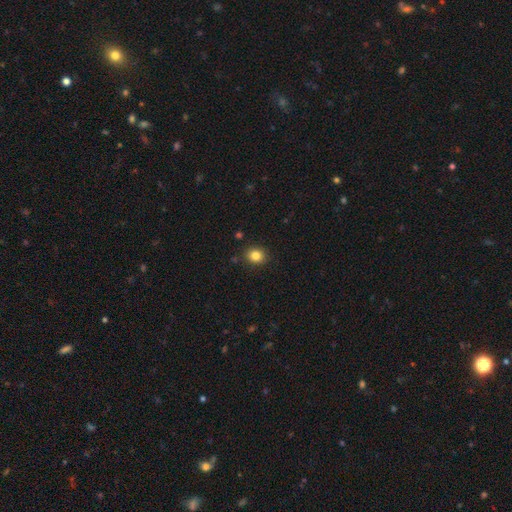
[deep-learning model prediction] smooth-or-featured: smooth: 83% | star or artifact: 11% | featured or disk: 6%
  how-rounded: round: 70% | in between: 29% | cigar-shaped: 1%
  merging: none: 89% | minor disturbance: 7% | major disturbance: 2% | merger: 2%